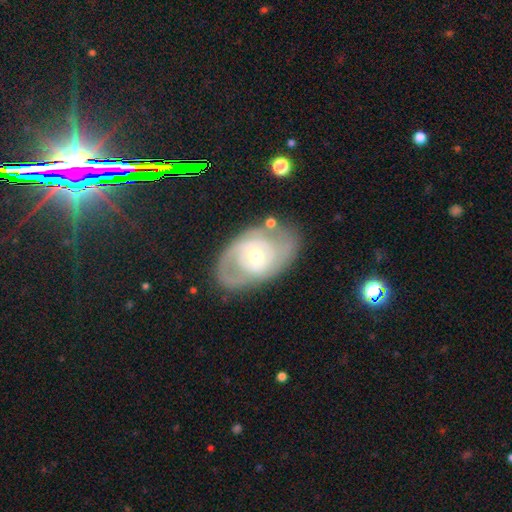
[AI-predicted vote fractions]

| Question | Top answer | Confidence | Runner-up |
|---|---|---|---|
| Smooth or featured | featured or disk | 74% | smooth (20%) |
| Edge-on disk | no | 94% | yes (6%) |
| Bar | no | 63% | weak (29%) |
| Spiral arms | yes | 67% | no (33%) |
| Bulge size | moderate | 51% | small (44%) |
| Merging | none | 69% | minor disturbance (18%) |